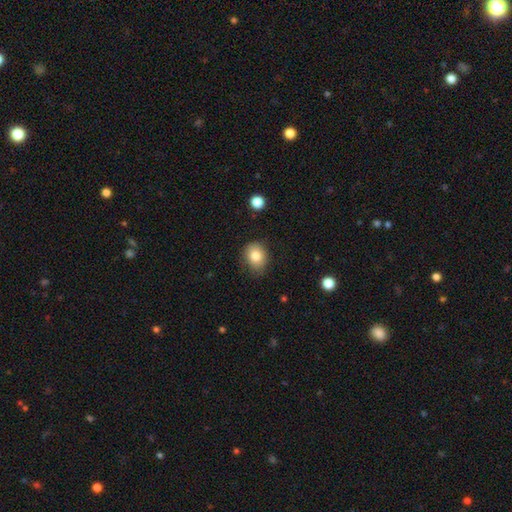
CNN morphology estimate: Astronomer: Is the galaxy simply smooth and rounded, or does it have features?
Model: smooth — 82%.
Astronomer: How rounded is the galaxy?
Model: round — 51% (runner-up: in between, 49%).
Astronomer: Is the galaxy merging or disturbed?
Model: none — 74%.